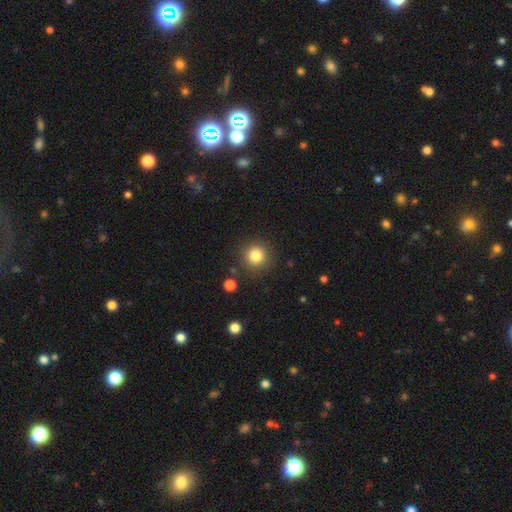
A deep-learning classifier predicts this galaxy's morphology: type=smooth (83%); roundness=round (94%); merging=none (87%).